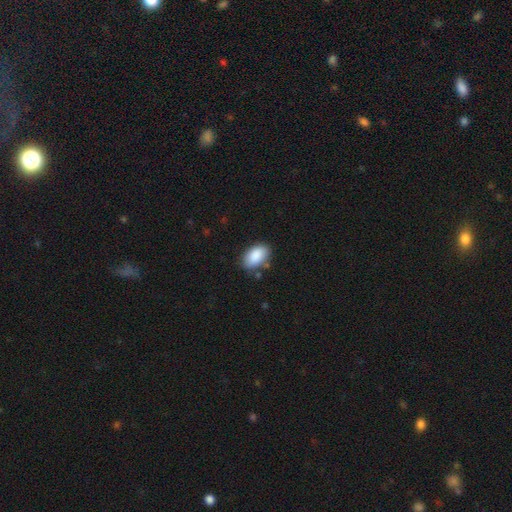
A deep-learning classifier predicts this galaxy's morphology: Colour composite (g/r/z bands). It shows a smooth galaxy with no disk features (88%) that is in between round and cigar-shaped (93%). Merging: none (79%).